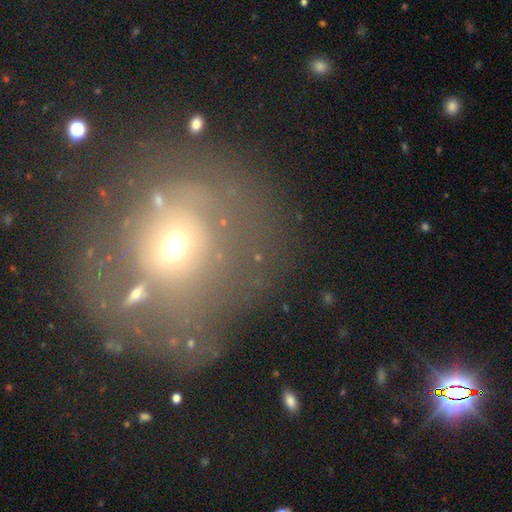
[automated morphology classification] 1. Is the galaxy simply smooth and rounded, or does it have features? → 47% smooth, 32% featured or disk, 21% star or artifact.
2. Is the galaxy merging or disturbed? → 56% none, 19% major disturbance, 17% minor disturbance, 8% merger.